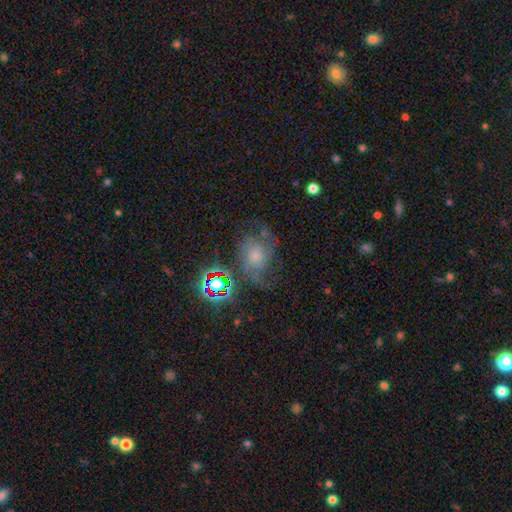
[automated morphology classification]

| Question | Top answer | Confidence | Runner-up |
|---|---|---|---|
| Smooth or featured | featured or disk | 60% | smooth (24%) |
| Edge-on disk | no | 97% | yes (3%) |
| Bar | no | 75% | weak (21%) |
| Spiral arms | yes | 87% | no (13%) |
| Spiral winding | medium | 46% | loose (35%) |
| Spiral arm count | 2 | 49% | can't tell (21%) |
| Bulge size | small | 39% | moderate (37%) |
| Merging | none | 46% | major disturbance (27%) |